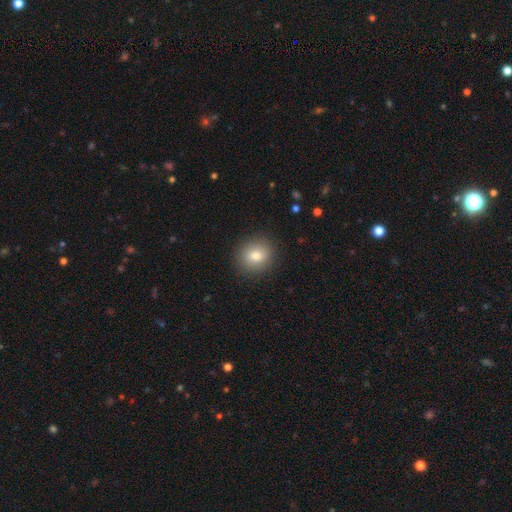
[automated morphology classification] type=smooth (81%); roundness=round (77%); merging=none (90%).